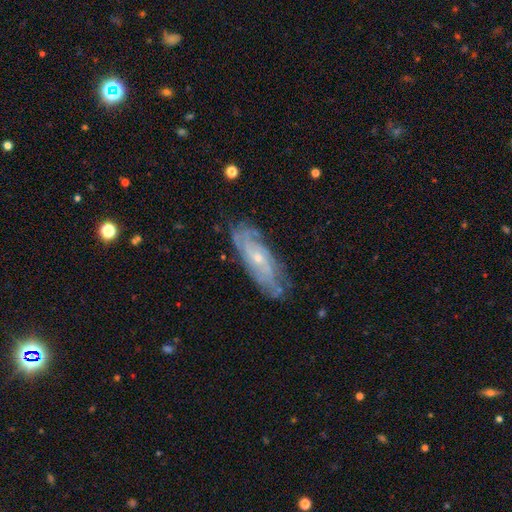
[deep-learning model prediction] A featured or disk galaxy (72%) with no bar (71%), spiral arms (86%) and a small central bulge (72%). Merging: none (81%).